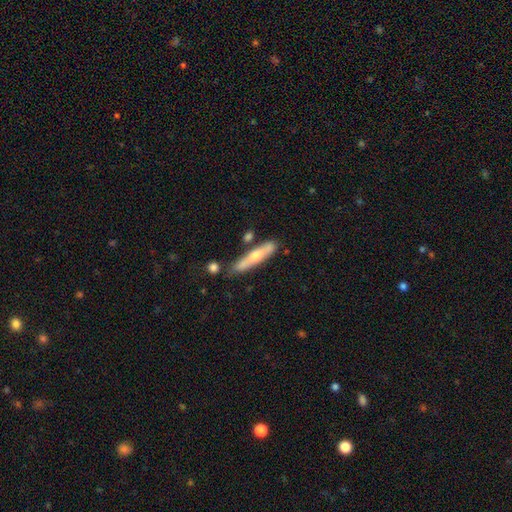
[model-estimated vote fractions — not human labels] A smooth galaxy with no disk features (53%) that is cigar-shaped (86%). Merging: none (71%).